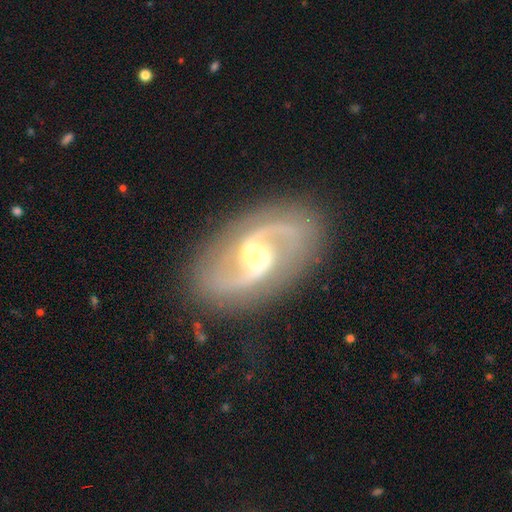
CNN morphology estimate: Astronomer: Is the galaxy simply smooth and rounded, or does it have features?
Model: featured or disk — 91%.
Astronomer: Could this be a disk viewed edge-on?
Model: no — 97%.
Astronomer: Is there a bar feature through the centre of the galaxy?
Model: weak — 53% (runner-up: strong, 29%).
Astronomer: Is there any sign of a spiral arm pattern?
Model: yes — 97%.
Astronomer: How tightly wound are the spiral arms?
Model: medium — 57%.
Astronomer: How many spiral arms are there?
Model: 2 — 93%.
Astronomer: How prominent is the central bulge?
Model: moderate — 59%.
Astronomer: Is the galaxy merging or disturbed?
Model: none — 85%.